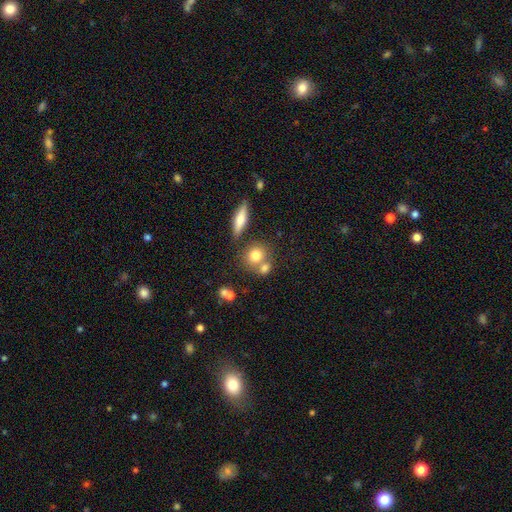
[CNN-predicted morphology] type=smooth (75%); roundness=round (73%); merging=none (52%).